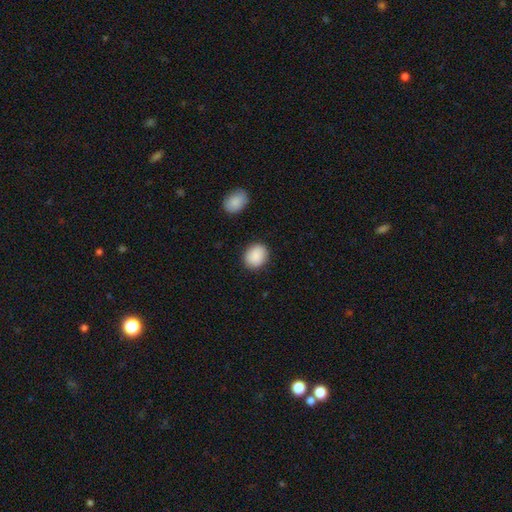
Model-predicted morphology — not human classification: smooth-or-featured: smooth: 89% | star or artifact: 7% | featured or disk: 4%
  how-rounded: round: 57% | in between: 42% | cigar-shaped: 1%
  merging: none: 86% | minor disturbance: 10% | major disturbance: 3% | merger: 2%